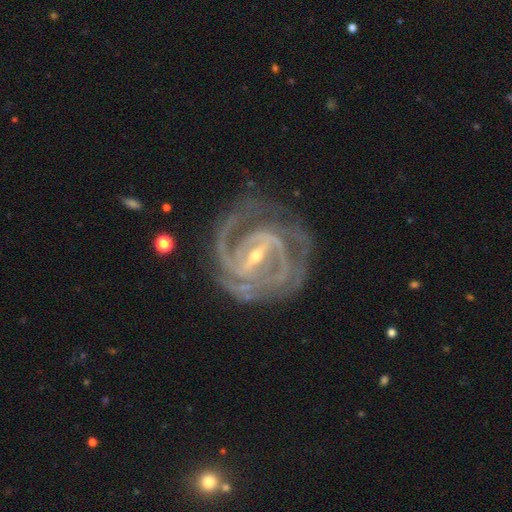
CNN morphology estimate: This is clearly a featured or disk galaxy (93%). It is clearly not viewed edge-on (97%). Bar: likely strong (67%). Spiral arm pattern: clearly yes (98%). Spiral arm count: marginally 2 (42%). Spiral winding: likely tight (65%). Central bulge: likely small (68%). Merging: likely none (71%).